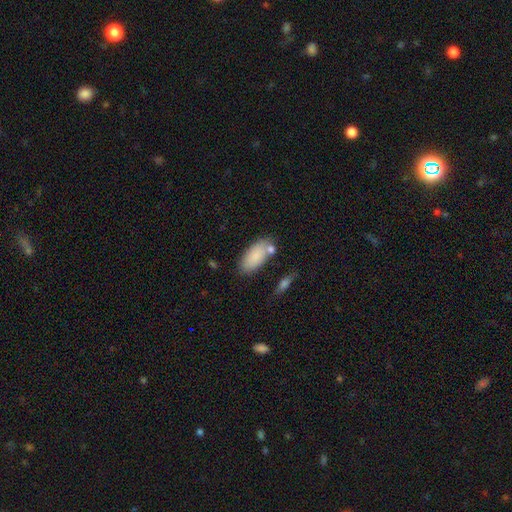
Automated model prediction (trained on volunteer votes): This is clearly a smooth galaxy (85%). How rounded: clearly in between (92%). Merging: likely none (67%).